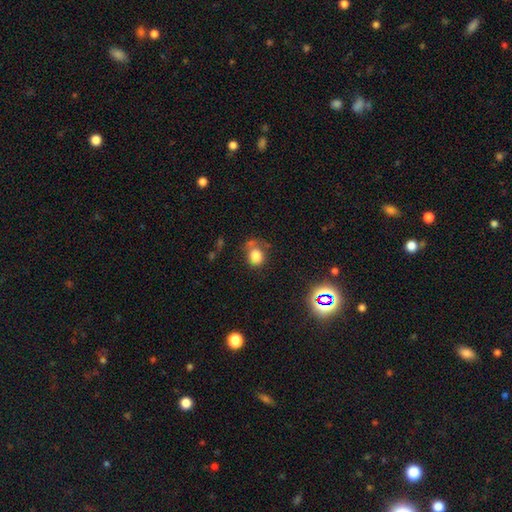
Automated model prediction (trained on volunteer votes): Overall: smooth (78%). How rounded: round (64%; in between 35%). Merging: none (53%; minor disturbance 24%).